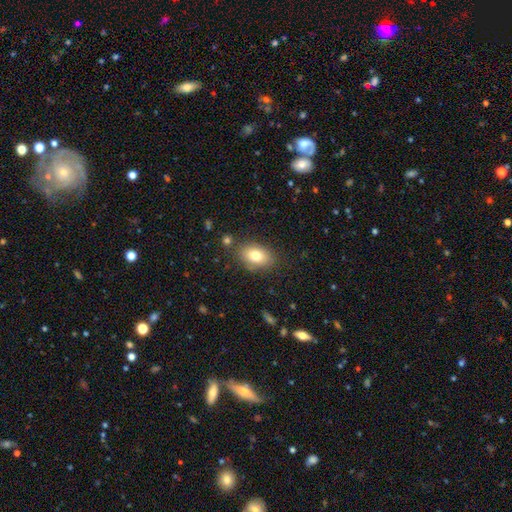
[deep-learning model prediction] The model was most divided on "smooth or featured": smooth: 80%, featured or disk: 12%, star or artifact: 9%. More confident: how rounded — in between (86%); merging — none (82%).